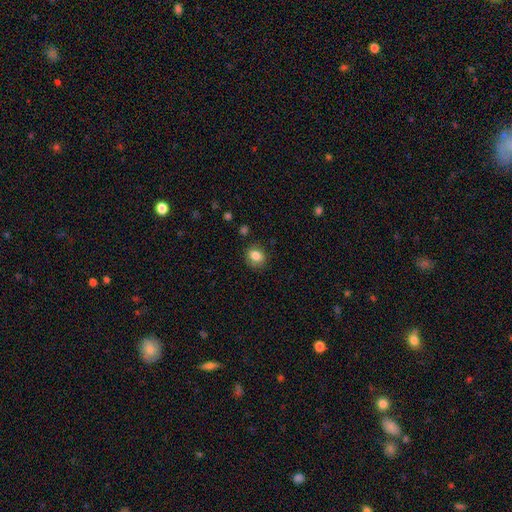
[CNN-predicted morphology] smooth-or-featured: smooth: 84% | star or artifact: 9% | featured or disk: 7%
  how-rounded: round: 54% | in between: 45% | cigar-shaped: 1%
  merging: none: 82% | minor disturbance: 13% | major disturbance: 3% | merger: 2%